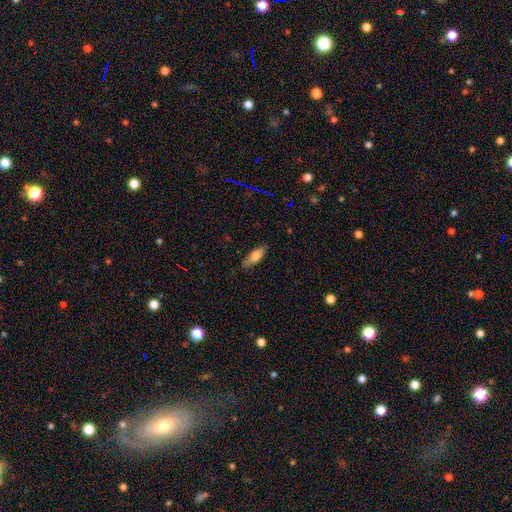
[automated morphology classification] A smooth galaxy with no disk features (76%) that is in between round and cigar-shaped (68%).

Vote fractions:
- Smooth or featured? smooth: 76% / featured or disk: 17% / star or artifact: 7%
- How rounded? in between: 68% / cigar-shaped: 30% / round: 2%
- Merging? none: 75% / minor disturbance: 20% / major disturbance: 3% / merger: 1%